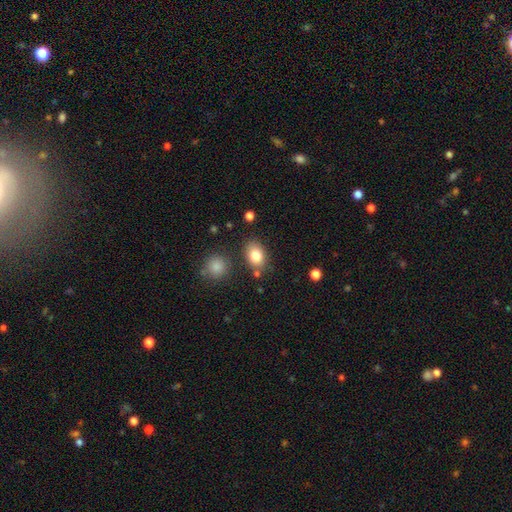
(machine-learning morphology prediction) Smooth or featured: smooth — 82% (featured or disk — 9%)
How rounded: in between — 72% (round — 27%)
Merging: none — 77% (minor disturbance — 13%)